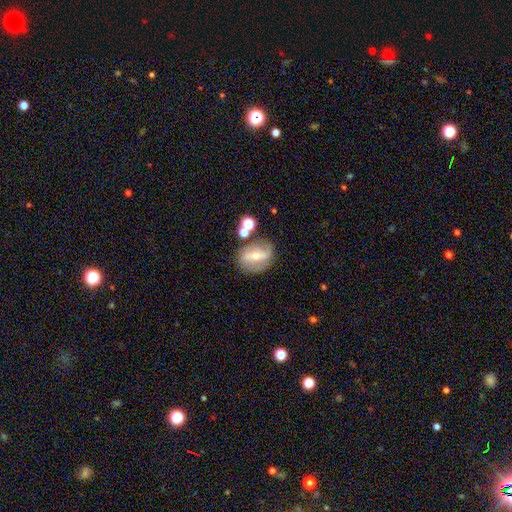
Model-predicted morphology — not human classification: The model was most divided on "bulge size": small: 53%, moderate: 43%, large: 2%, none: 1%, dominant: 1%. Remaining: edge-on disk — no (93%); spiral arms — yes (74%); merging — none (69%); smooth or featured — featured or disk (68%); bar — strong (49%).